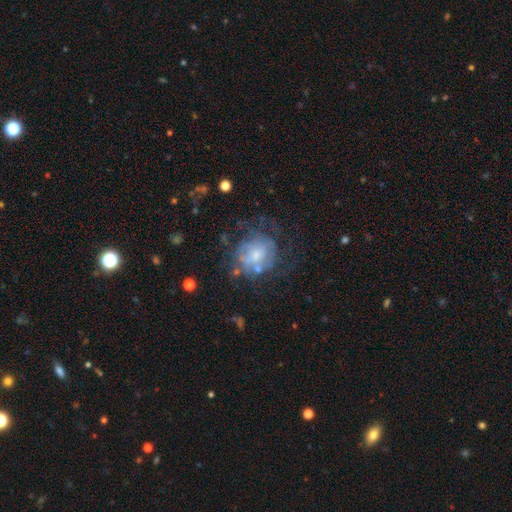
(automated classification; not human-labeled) smooth-or-featured: featured or disk: 57% | smooth: 33% | star or artifact: 10%
  disk-edge-on: no: 97% | yes: 3%
    bar: no: 74% | weak: 22% | strong: 4%
    has-spiral-arms: no: 51% | yes: 49%
    bulge-size: small: 47% | moderate: 36% | none: 10% | large: 6% | dominant: 2%
  merging: none: 46% | major disturbance: 26% | minor disturbance: 22% | merger: 5%